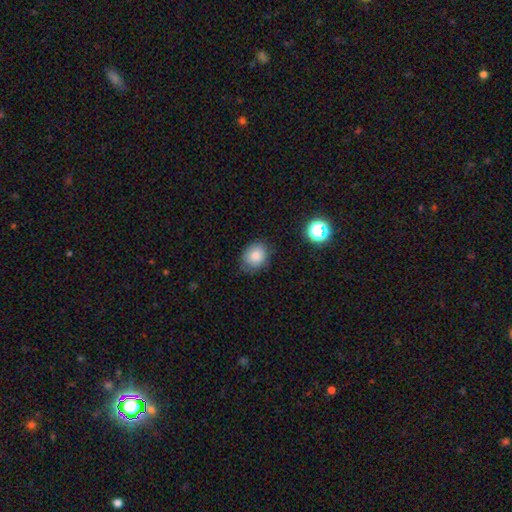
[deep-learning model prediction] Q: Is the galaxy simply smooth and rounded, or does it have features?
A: smooth — 83%.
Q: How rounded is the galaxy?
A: round — 54%.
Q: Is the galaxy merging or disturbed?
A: none — 75%.